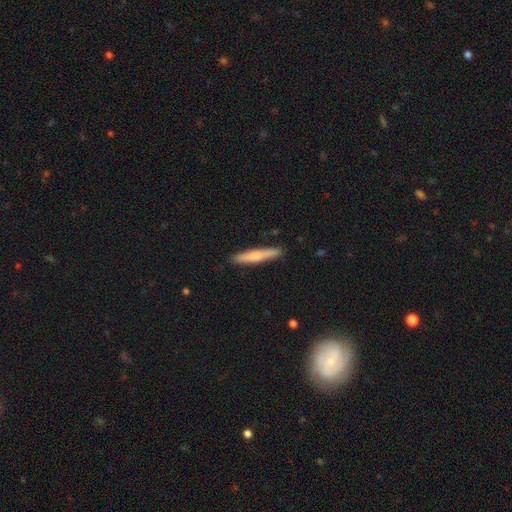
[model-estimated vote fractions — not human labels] Smooth or featured?
  - smooth: 62% *
  - featured or disk: 33%
  - star or artifact: 5%
How rounded?
  - cigar-shaped: 93% *
  - in between: 6%
  - round: 1%
Merging?
  - none: 90% *
  - minor disturbance: 8%
  - major disturbance: 1%
  - merger: 1%